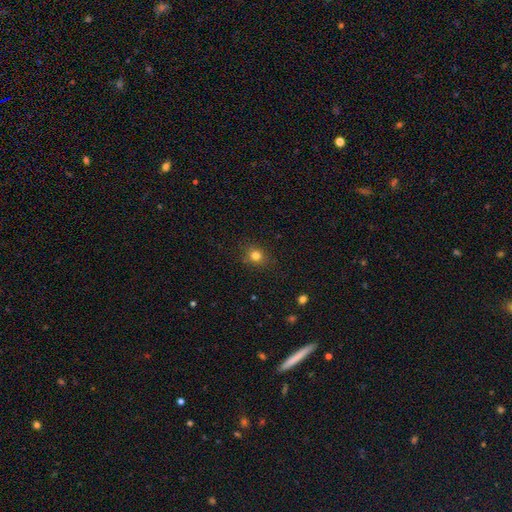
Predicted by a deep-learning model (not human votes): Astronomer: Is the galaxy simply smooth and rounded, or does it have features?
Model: smooth — 80%.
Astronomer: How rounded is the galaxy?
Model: round — 76%.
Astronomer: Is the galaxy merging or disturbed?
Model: none — 86%.